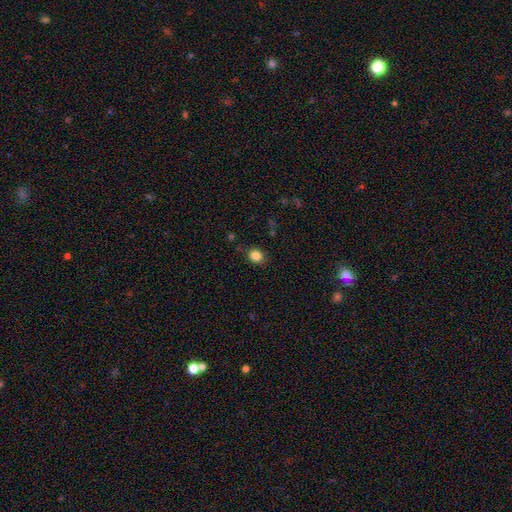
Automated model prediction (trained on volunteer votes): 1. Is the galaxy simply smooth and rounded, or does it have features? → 83% smooth, 11% star or artifact, 5% featured or disk.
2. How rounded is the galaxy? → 70% round, 29% in between, 1% cigar-shaped.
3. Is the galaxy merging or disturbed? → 84% none, 12% minor disturbance, 3% major disturbance, 2% merger.